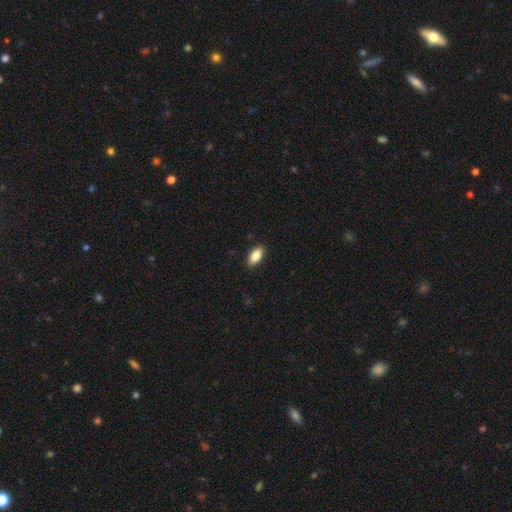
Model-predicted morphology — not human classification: A smooth galaxy with no disk features (86%) that is in between round and cigar-shaped (91%). Merging: none (90%).